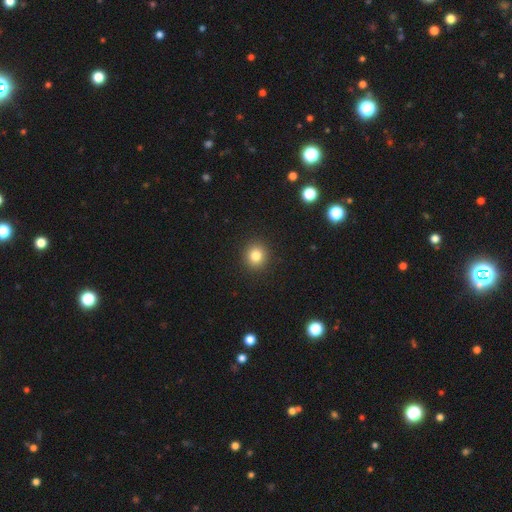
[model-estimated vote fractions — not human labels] smooth 82%, star or artifact 12%, featured or disk 6%. Down the decision tree: how rounded — round (87%); merging — none (92%).